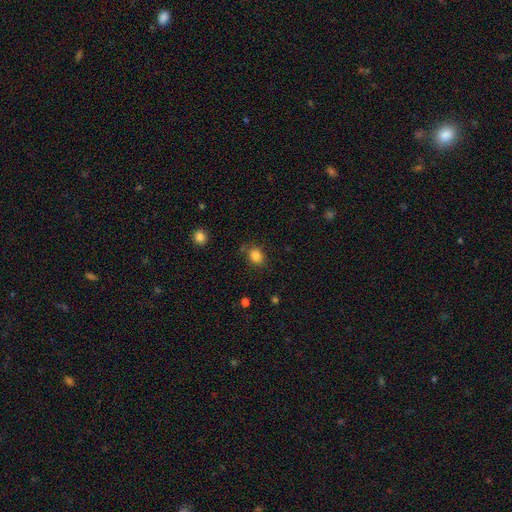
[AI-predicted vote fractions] Smooth or featured: smooth — 84% (star or artifact — 11%)
How rounded: round — 50% (in between — 49%)
Merging: none — 75% (minor disturbance — 16%)